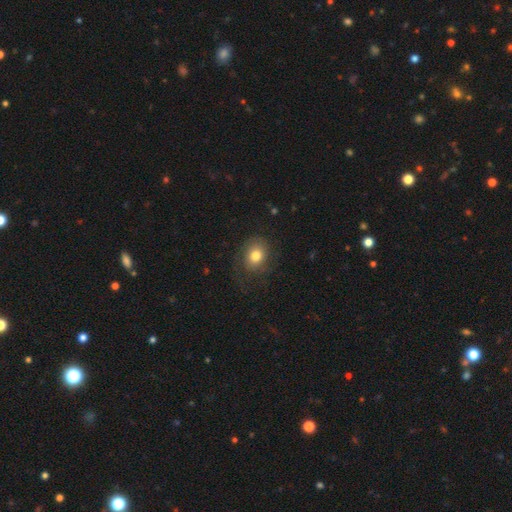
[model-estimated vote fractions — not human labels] Smooth or featured? Predicted: smooth (p=0.73). How rounded? Predicted: round (p=0.60). Merging? Predicted: none (p=0.69).